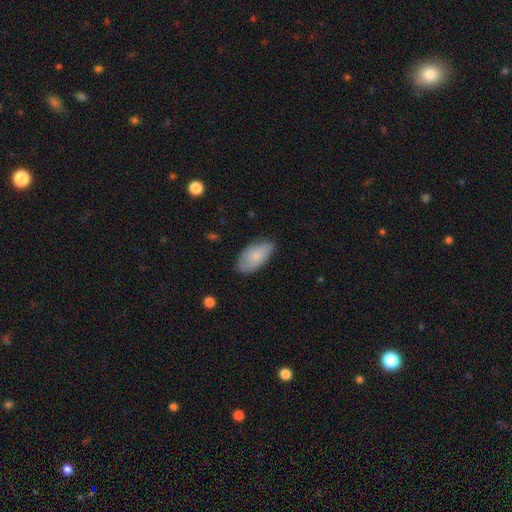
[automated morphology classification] This appears to be a smooth galaxy with no disk features (76%) that is in between round and cigar-shaped (94%). Merging: none (75%).